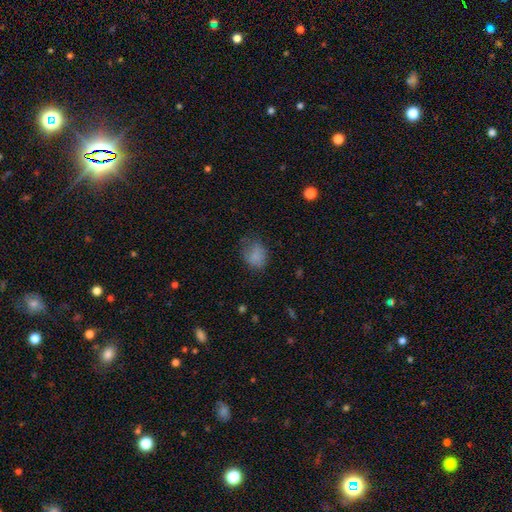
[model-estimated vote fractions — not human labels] smooth_or_featured: smooth (p=0.78) [alt: star or artifact p=0.11]
how_rounded: in between (p=0.50) [alt: round p=0.49]
merging: none (p=0.55) [alt: minor disturbance p=0.29]